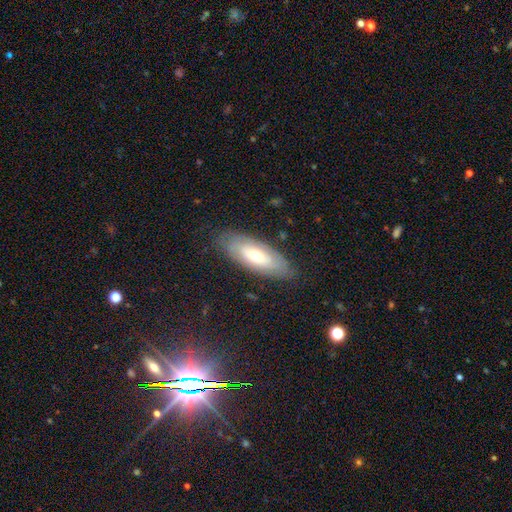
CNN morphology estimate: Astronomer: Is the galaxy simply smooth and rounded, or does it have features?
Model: featured or disk — 50% (runner-up: smooth, 43%).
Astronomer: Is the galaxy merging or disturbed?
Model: none — 83%.